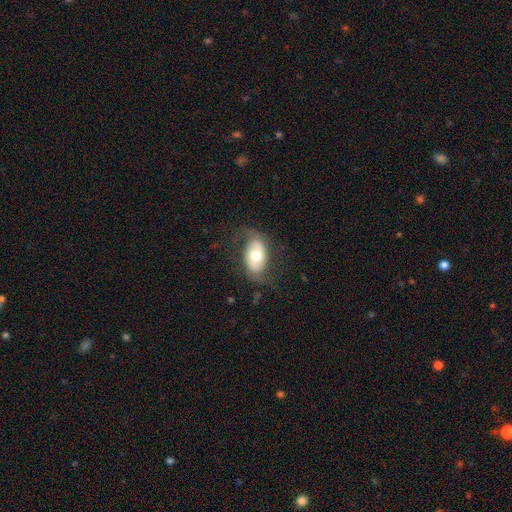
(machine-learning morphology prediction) Smooth or featured?
  - featured or disk: 48% *
  - smooth: 45%
  - star or artifact: 7%
Merging?
  - none: 68% *
  - minor disturbance: 19%
  - major disturbance: 12%
  - merger: 1%